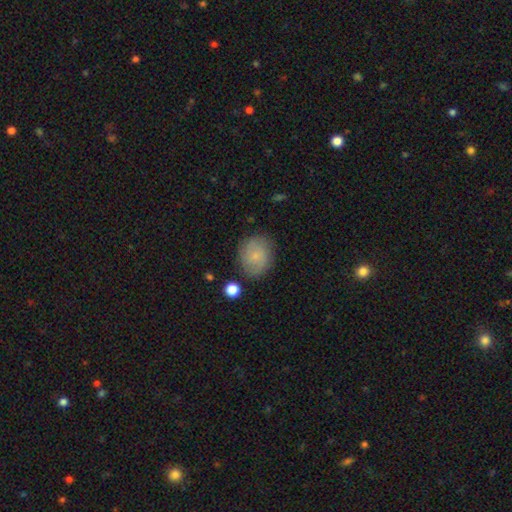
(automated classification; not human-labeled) Overall: smooth (65%; featured or disk 27%). How rounded: round (64%; in between 35%). Merging: none (79%).